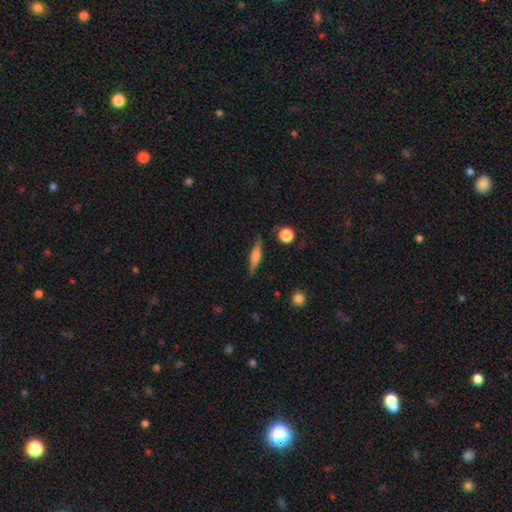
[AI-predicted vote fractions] Q: Smooth or featured?
A: featured or disk (47%); runner-up: smooth (46%)
Q: Merging?
A: none (85%); runner-up: minor disturbance (11%)